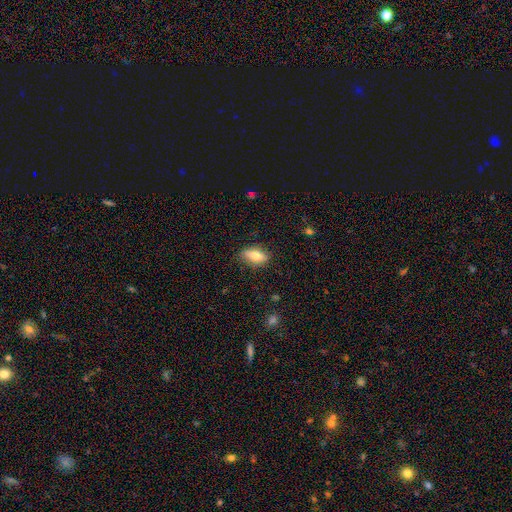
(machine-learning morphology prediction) This is likely a smooth galaxy (66%). How rounded: likely in between (80%). Merging: likely none (80%).